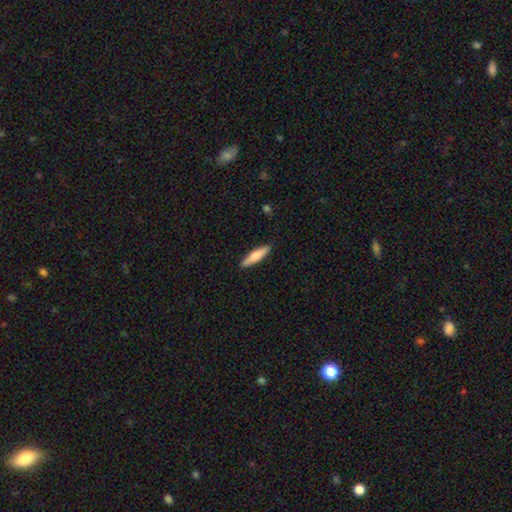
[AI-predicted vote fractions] smooth_or_featured: smooth (p=0.72) [alt: featured or disk p=0.23]
how_rounded: cigar-shaped (p=0.83) [alt: in between p=0.16]
merging: none (p=0.90) [alt: minor disturbance p=0.07]